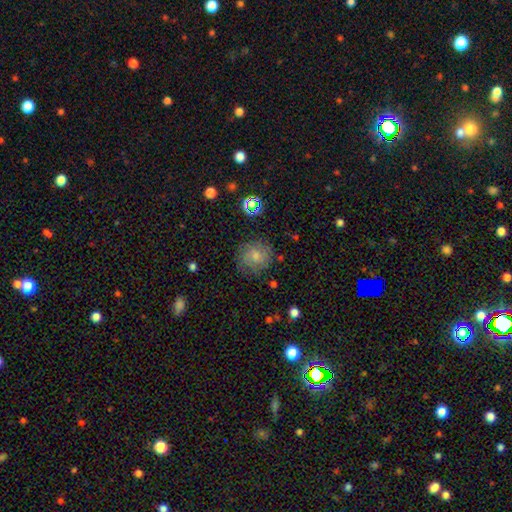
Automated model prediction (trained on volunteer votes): Smooth or featured?
  - smooth: 43% *
  - featured or disk: 37%
  - star or artifact: 20%
Merging?
  - none: 80% *
  - minor disturbance: 13%
  - major disturbance: 5%
  - merger: 1%